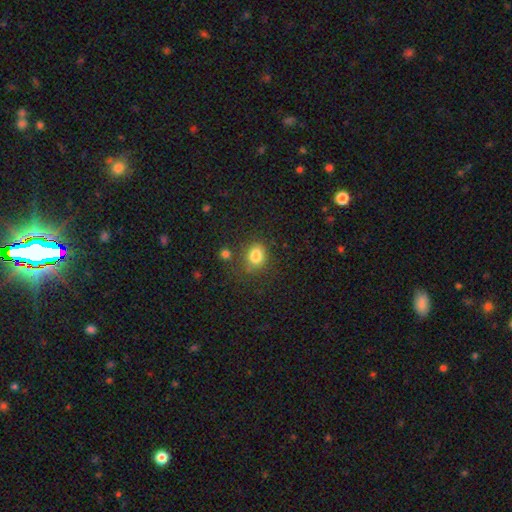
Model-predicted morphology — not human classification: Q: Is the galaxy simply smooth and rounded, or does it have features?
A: smooth — 83%.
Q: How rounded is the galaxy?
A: round — 59%.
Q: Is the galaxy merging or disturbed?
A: none — 72%.